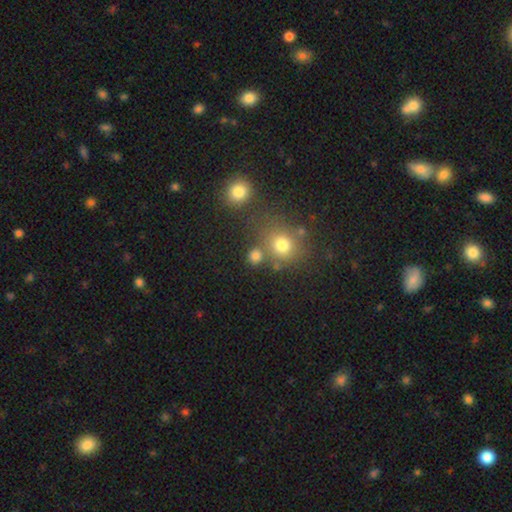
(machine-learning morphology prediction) type=smooth (76%); roundness=round (85%); merging=none (71%).